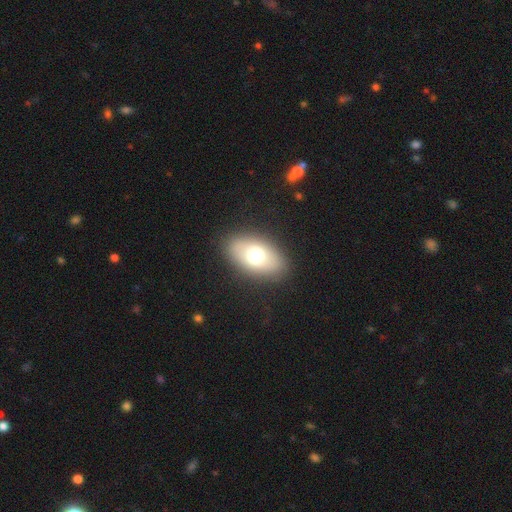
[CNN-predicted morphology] smooth 68%, featured or disk 23%, star or artifact 9%. Down the decision tree: how rounded — in between (88%); merging — none (87%).